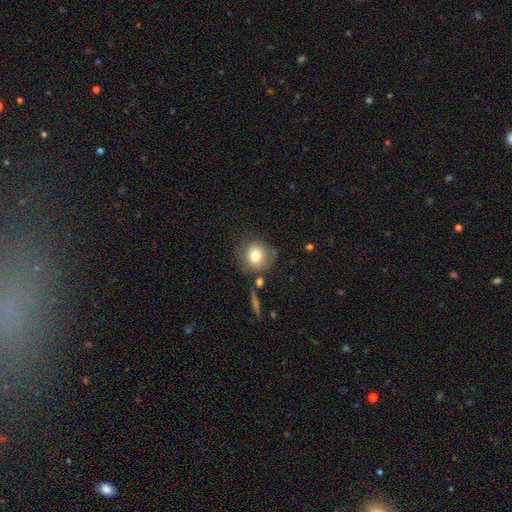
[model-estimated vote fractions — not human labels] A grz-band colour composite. It shows a smooth galaxy with no disk features (79%) that is round (84%). Merging: none (70%).